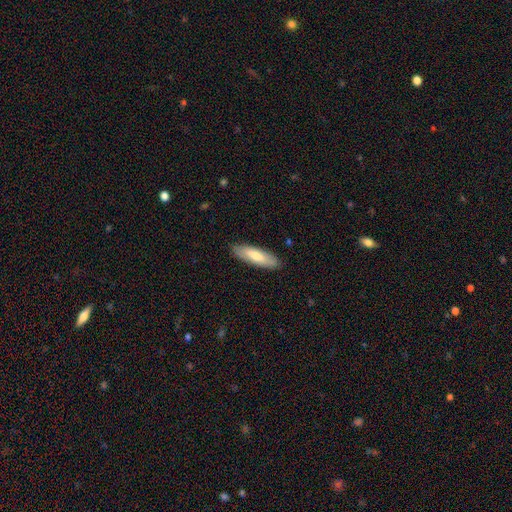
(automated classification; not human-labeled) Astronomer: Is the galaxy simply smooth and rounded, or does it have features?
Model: smooth — 71%.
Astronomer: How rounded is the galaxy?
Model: cigar-shaped — 54% (runner-up: in between, 45%).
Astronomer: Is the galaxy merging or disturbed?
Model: none — 88%.